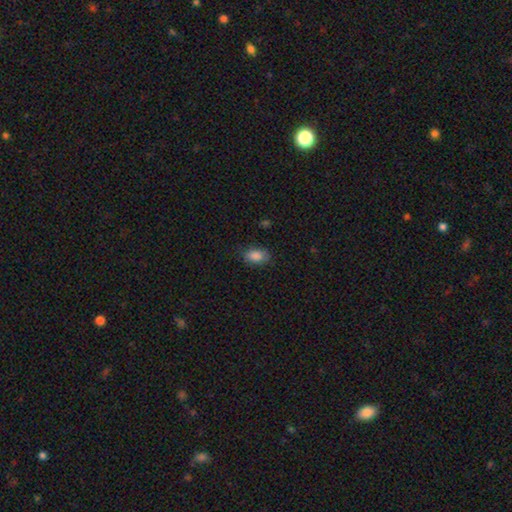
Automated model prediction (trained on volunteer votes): Smooth or featured? Predicted: smooth (p=0.87). How rounded? Predicted: in between (p=0.90). Merging? Predicted: none (p=0.80).